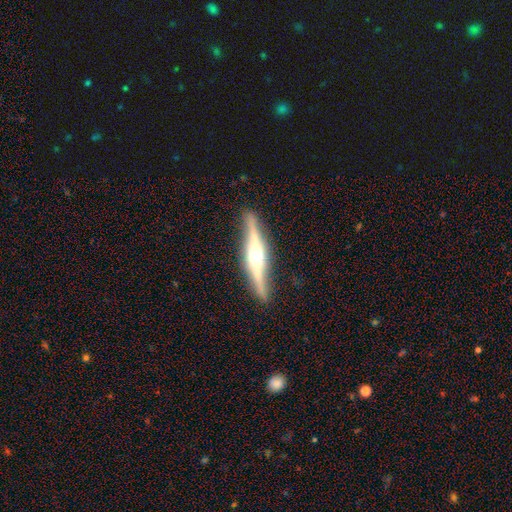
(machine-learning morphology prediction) Smooth or featured: featured or disk — 80% (smooth — 15%)
Edge-on disk: yes — 97% (no — 3%)
Edge-on bulge: rounded — 91% (boxy — 7%)
Merging: none — 88% (minor disturbance — 9%)